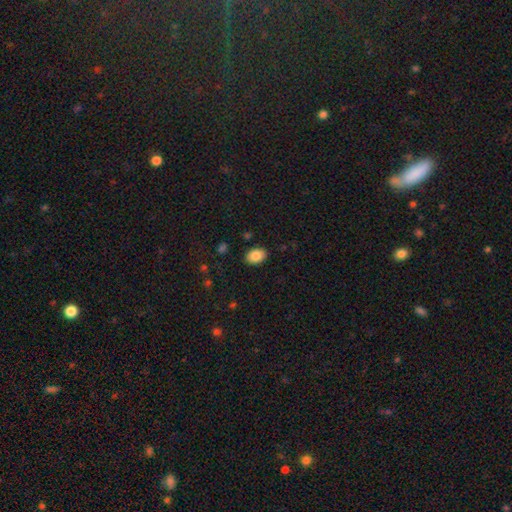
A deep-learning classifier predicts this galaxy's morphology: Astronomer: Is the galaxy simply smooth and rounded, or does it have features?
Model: smooth — 87%.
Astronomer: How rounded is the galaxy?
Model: in between — 81%.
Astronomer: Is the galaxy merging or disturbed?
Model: none — 88%.